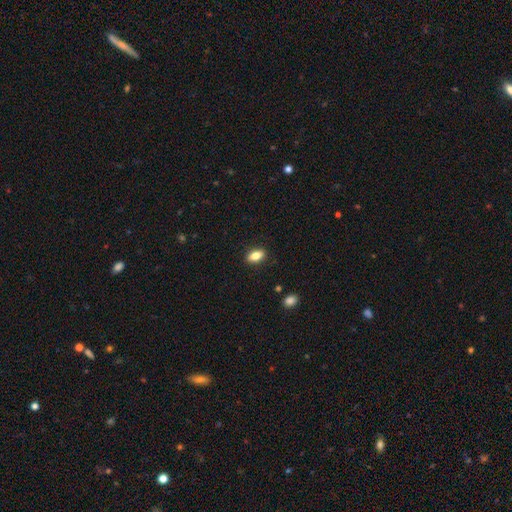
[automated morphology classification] Smooth or featured?
  - smooth: 79% *
  - featured or disk: 13%
  - star or artifact: 8%
How rounded?
  - in between: 86% *
  - round: 7%
  - cigar-shaped: 7%
Merging?
  - none: 88% *
  - minor disturbance: 8%
  - major disturbance: 2%
  - merger: 1%